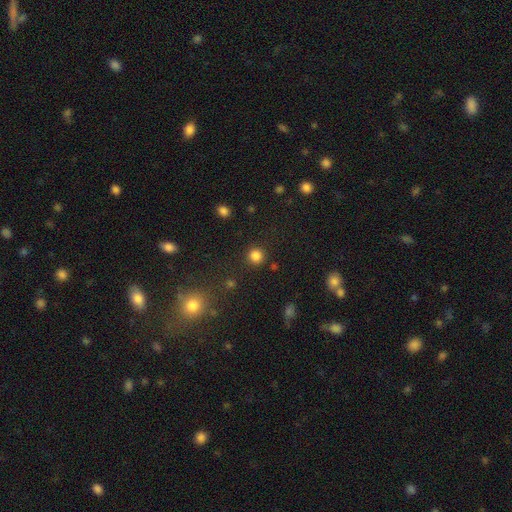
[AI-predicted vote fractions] This appears to be a smooth galaxy with no disk features (83%) that is round (93%). Merging: none (89%).